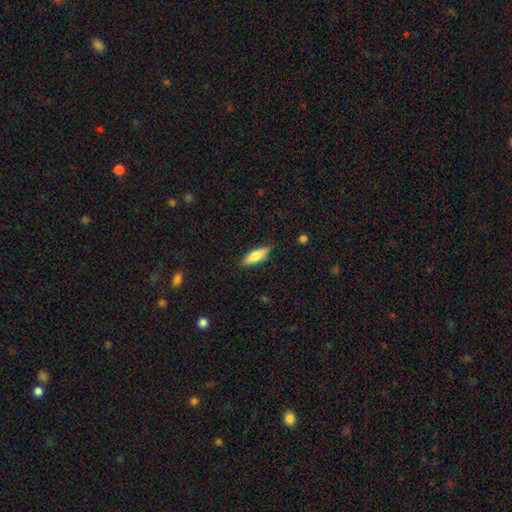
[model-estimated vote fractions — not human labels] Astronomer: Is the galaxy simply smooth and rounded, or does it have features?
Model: smooth — 67%.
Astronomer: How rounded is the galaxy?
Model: in between — 54% (runner-up: cigar-shaped, 44%).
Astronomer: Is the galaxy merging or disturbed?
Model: none — 84%.